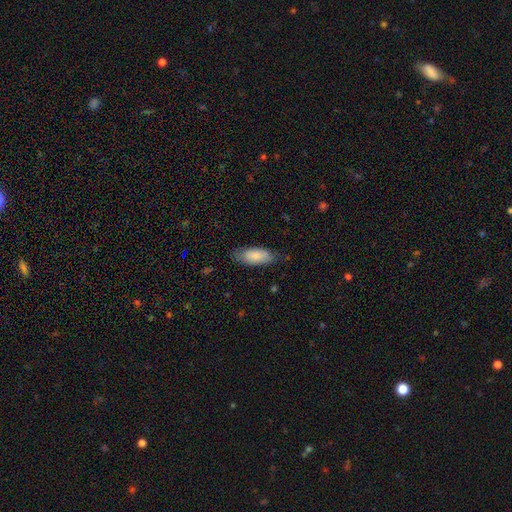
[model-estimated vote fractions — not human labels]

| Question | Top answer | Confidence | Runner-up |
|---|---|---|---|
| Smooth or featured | smooth | 82% | featured or disk (13%) |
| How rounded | in between | 81% | cigar-shaped (17%) |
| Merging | none | 72% | minor disturbance (22%) |